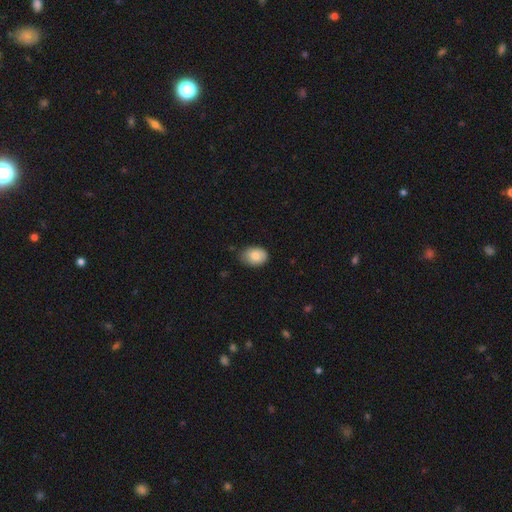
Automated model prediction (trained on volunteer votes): Smooth or featured? smooth (84%)
How rounded? in between (77%)
Merging? none (67%)